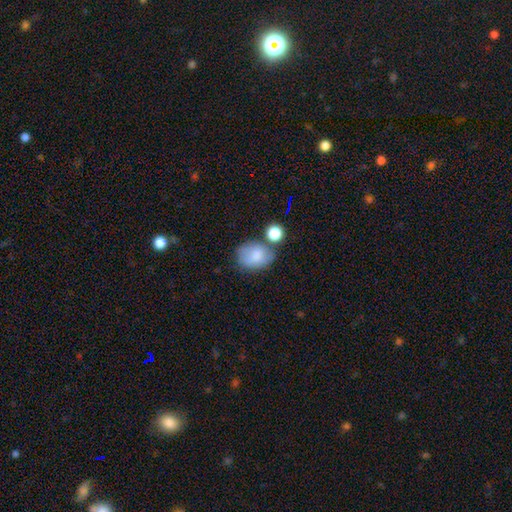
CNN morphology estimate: Overall: smooth (76%). How rounded: in between (66%; round 33%). Merging: none (52%; minor disturbance 23%).